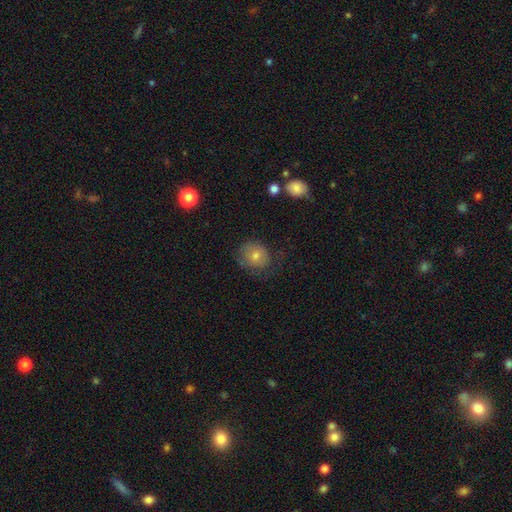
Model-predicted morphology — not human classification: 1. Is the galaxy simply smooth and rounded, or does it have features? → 66% smooth, 22% featured or disk, 12% star or artifact.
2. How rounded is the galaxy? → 77% round, 22% in between, 1% cigar-shaped.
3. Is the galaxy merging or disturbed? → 66% none, 21% minor disturbance, 11% major disturbance, 2% merger.